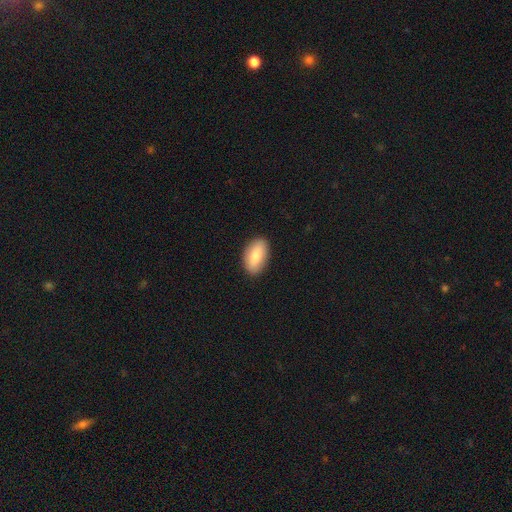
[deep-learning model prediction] A smooth galaxy with no disk features (83%) that is in between round and cigar-shaped (93%).

Vote fractions:
- Smooth or featured? smooth: 83% / featured or disk: 11% / star or artifact: 6%
- How rounded? in between: 93% / round: 4% / cigar-shaped: 3%
- Merging? none: 88% / minor disturbance: 9% / major disturbance: 2% / merger: 1%